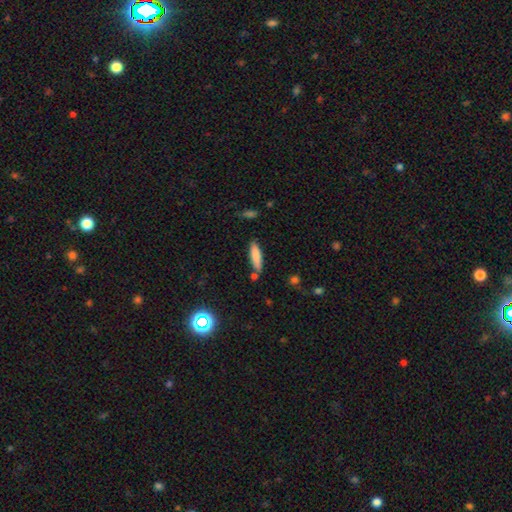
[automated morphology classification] Smooth or featured: smooth — 82% (featured or disk — 10%)
How rounded: cigar-shaped — 69% (in between — 29%)
Merging: none — 79% (minor disturbance — 13%)